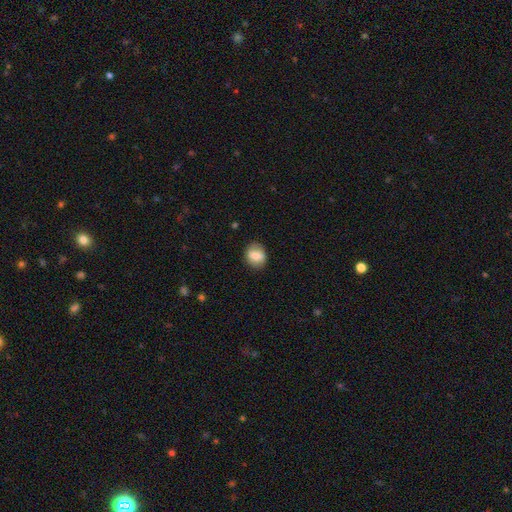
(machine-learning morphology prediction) smooth 79%, featured or disk 14%, star or artifact 8%. Down the decision tree: how rounded — in between (51%); merging — none (83%).